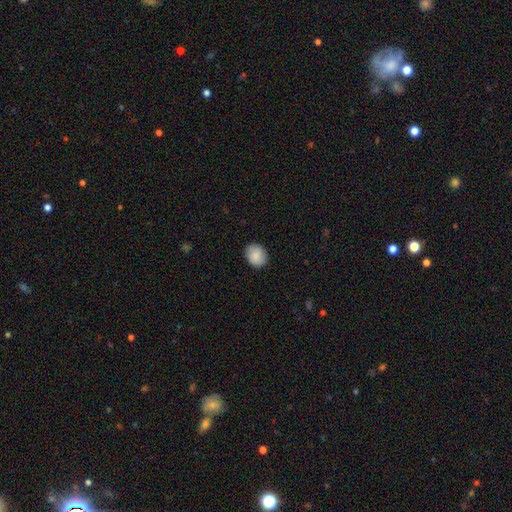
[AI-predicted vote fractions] smooth_or_featured: smooth (p=0.88) [alt: star or artifact p=0.07]
how_rounded: round (p=0.62) [alt: in between p=0.37]
merging: none (p=0.88) [alt: minor disturbance p=0.09]